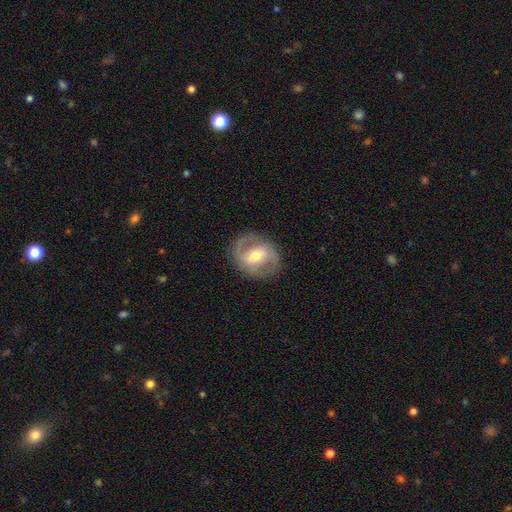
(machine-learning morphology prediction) type=featured or disk (74%); edge-on=no (96%); bar=weak (41%); spiral arms=yes (78%); winding=medium (50%); arm count=2 (86%); bulge=moderate (67%); merging=none (83%).